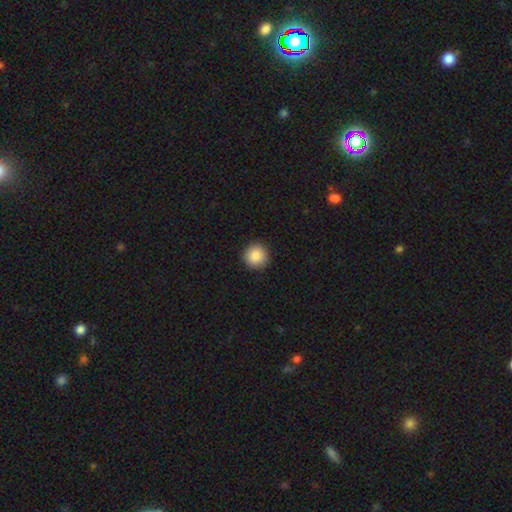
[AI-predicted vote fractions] Smooth or featured?
  - smooth: 88% *
  - star or artifact: 8%
  - featured or disk: 3%
How rounded?
  - round: 95% *
  - in between: 4%
  - cigar-shaped: 1%
Merging?
  - none: 92% *
  - minor disturbance: 5%
  - major disturbance: 2%
  - merger: 1%